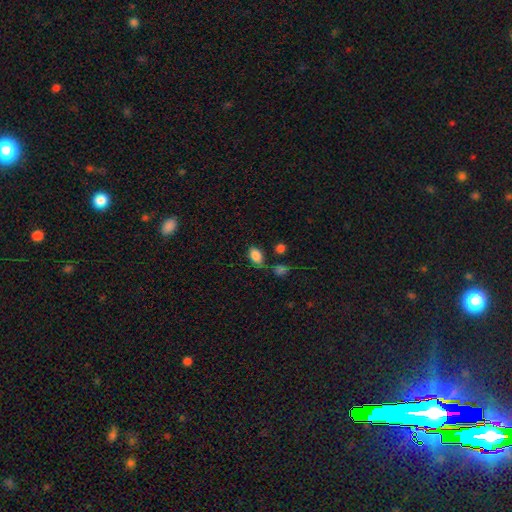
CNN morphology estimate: Smooth or featured: smooth — 85% (star or artifact — 9%)
How rounded: in between — 89% (round — 9%)
Merging: none — 66% (minor disturbance — 20%)